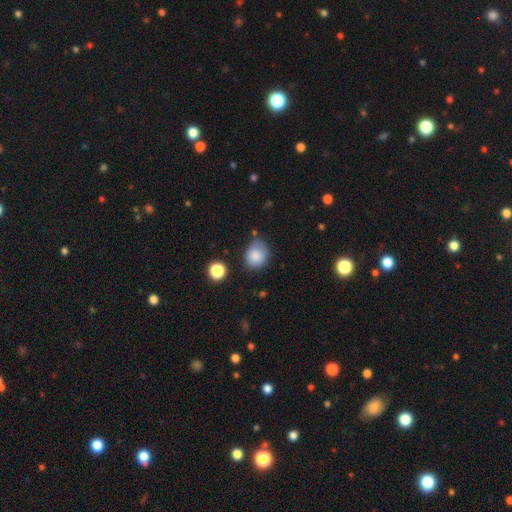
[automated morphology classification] A smooth galaxy with no disk features (84%) that is round (59%).

Vote fractions:
- Smooth or featured? smooth: 84% / star or artifact: 9% / featured or disk: 7%
- How rounded? round: 59% / in between: 40% / cigar-shaped: 1%
- Merging? none: 58% / minor disturbance: 29% / major disturbance: 8% / merger: 5%